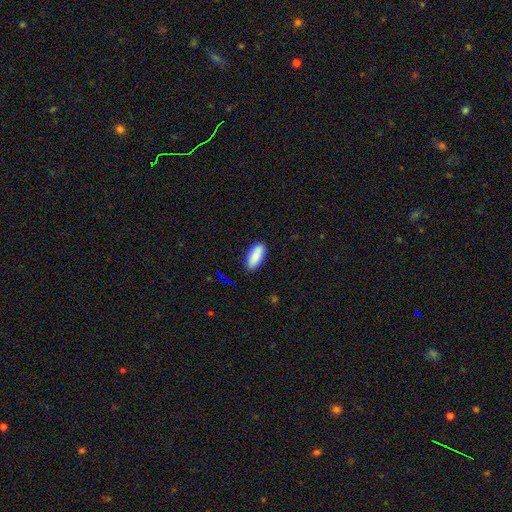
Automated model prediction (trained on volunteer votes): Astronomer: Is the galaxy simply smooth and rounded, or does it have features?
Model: smooth — 88%.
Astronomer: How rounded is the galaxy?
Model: in between — 87%.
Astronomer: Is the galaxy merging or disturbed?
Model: none — 87%.